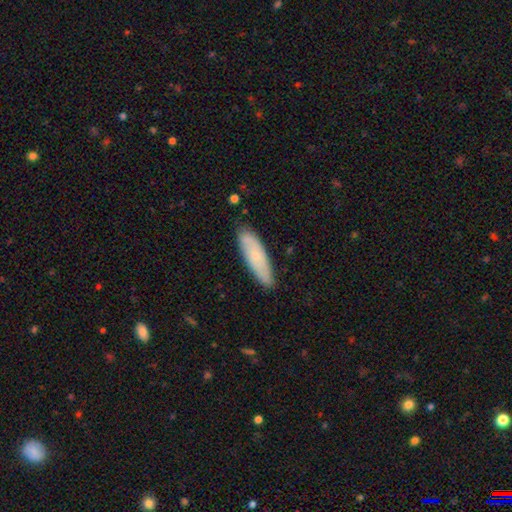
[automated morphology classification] smooth_or_featured: smooth (p=0.69) [alt: featured or disk p=0.24]
how_rounded: cigar-shaped (p=0.60) [alt: in between p=0.38]
merging: none (p=0.84) [alt: minor disturbance p=0.12]